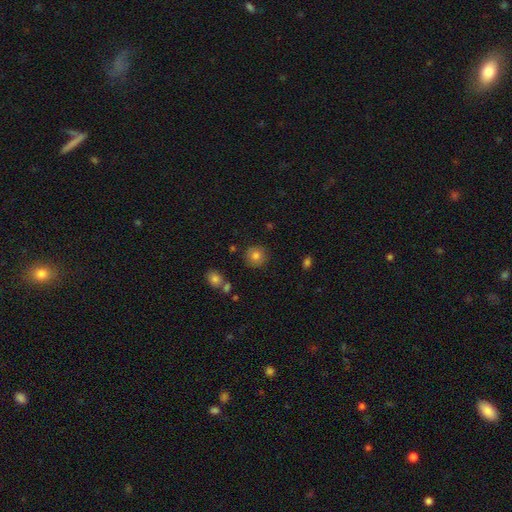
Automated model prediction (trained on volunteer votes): Smooth or featured? Predicted: smooth (p=0.81). How rounded? Predicted: round (p=0.92). Merging? Predicted: none (p=0.87).